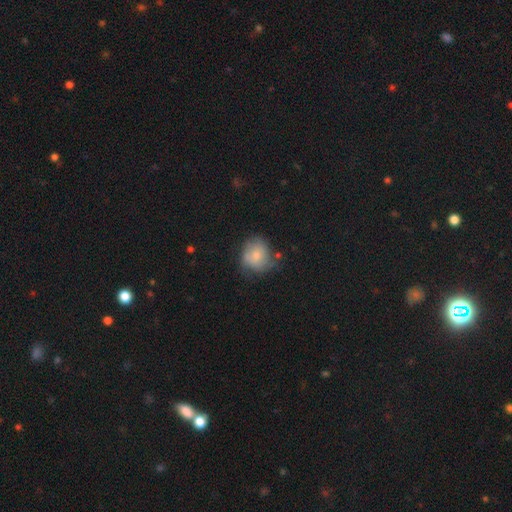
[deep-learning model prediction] A smooth galaxy with no disk features (67%) that is round (74%).

Vote fractions:
- Smooth or featured? smooth: 67% / featured or disk: 26% / star or artifact: 8%
- How rounded? round: 74% / in between: 25% / cigar-shaped: 1%
- Merging? none: 49% / minor disturbance: 33% / major disturbance: 13% / merger: 5%